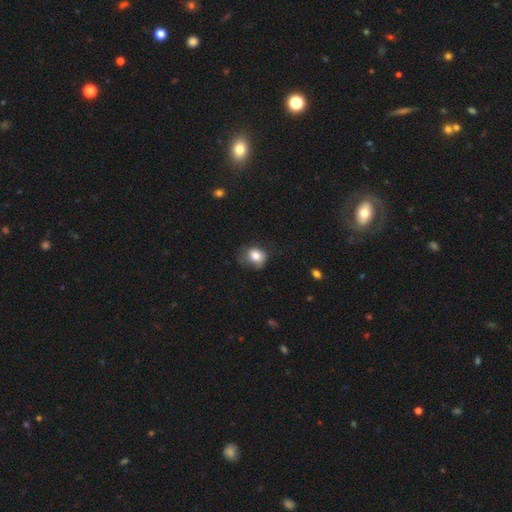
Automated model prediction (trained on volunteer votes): Q: Smooth or featured?
A: smooth (81%); runner-up: featured or disk (10%)
Q: How rounded?
A: round (55%); runner-up: in between (45%)
Q: Merging?
A: none (53%); runner-up: minor disturbance (32%)